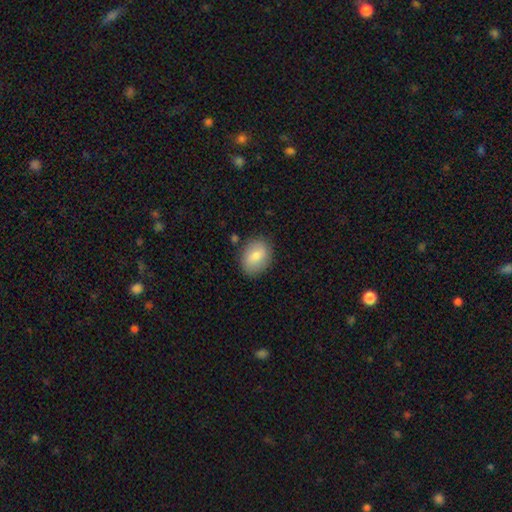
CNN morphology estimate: Smooth or featured: smooth — 78% (featured or disk — 14%)
How rounded: in between — 66% (round — 33%)
Merging: none — 84% (minor disturbance — 12%)